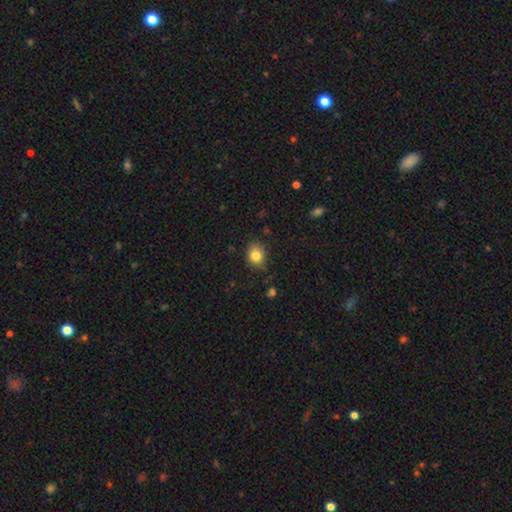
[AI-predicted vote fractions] The model was most divided on "how rounded": round: 57%, in between: 42%, cigar-shaped: 1%. More confident: smooth or featured — smooth (83%); merging — none (82%).